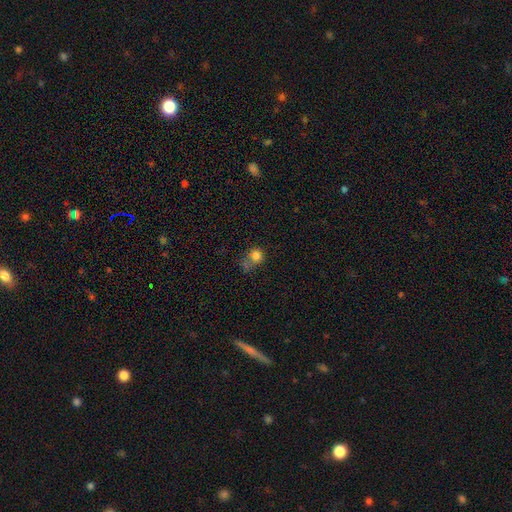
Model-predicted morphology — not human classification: The model was most divided on "merging": none: 39%, merger: 29%, minor disturbance: 19%, major disturbance: 14%. More confident: how rounded — round (78%); smooth or featured — smooth (77%).